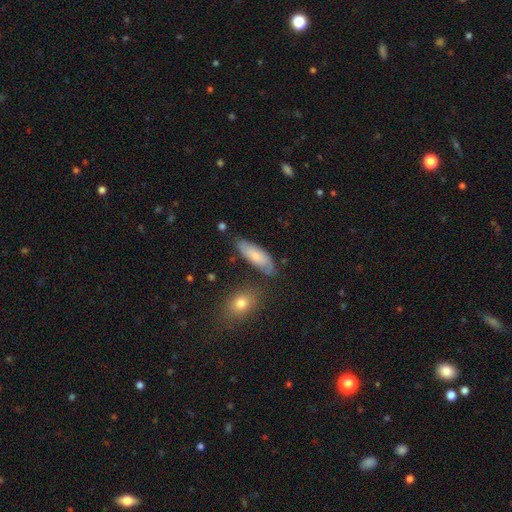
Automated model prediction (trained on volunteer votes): A smooth galaxy with no disk features (66%) that is in between round and cigar-shaped (65%).

Vote fractions:
- Smooth or featured? smooth: 66% / featured or disk: 27% / star or artifact: 7%
- How rounded? in between: 65% / cigar-shaped: 33% / round: 2%
- Merging? none: 68% / minor disturbance: 21% / major disturbance: 5% / merger: 5%